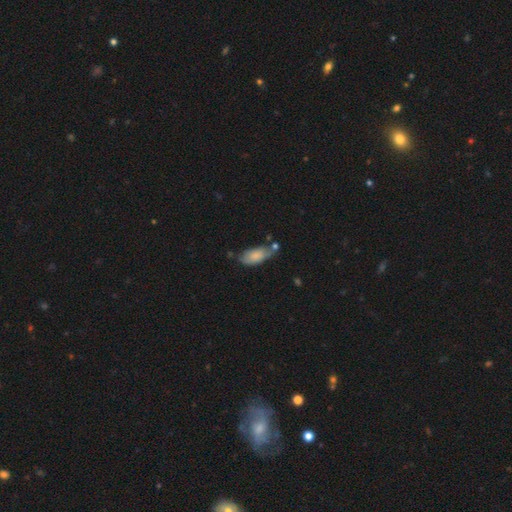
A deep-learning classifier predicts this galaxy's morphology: The model was most divided on "merging": none: 49%, minor disturbance: 30%, merger: 13%, major disturbance: 8%. More confident: how rounded — in between (85%); smooth or featured — smooth (79%).